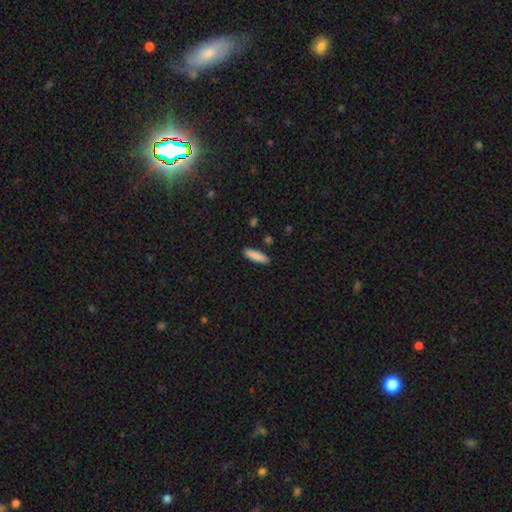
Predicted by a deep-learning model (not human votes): Q: Smooth or featured?
A: smooth (87%); runner-up: featured or disk (7%)
Q: How rounded?
A: cigar-shaped (69%); runner-up: in between (30%)
Q: Merging?
A: none (89%); runner-up: minor disturbance (8%)